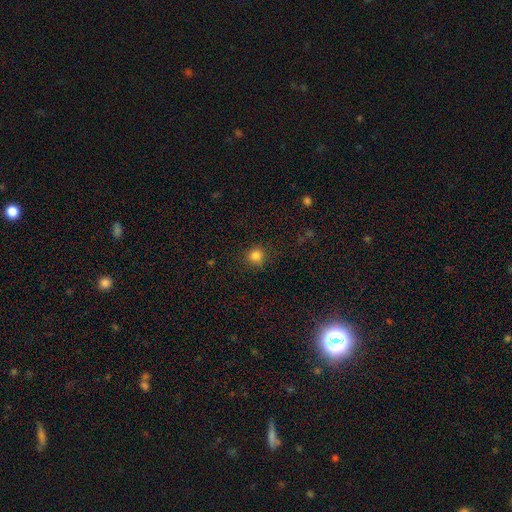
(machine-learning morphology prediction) Q: Smooth or featured?
A: smooth (82%); runner-up: star or artifact (13%)
Q: How rounded?
A: round (90%); runner-up: in between (9%)
Q: Merging?
A: none (86%); runner-up: minor disturbance (10%)